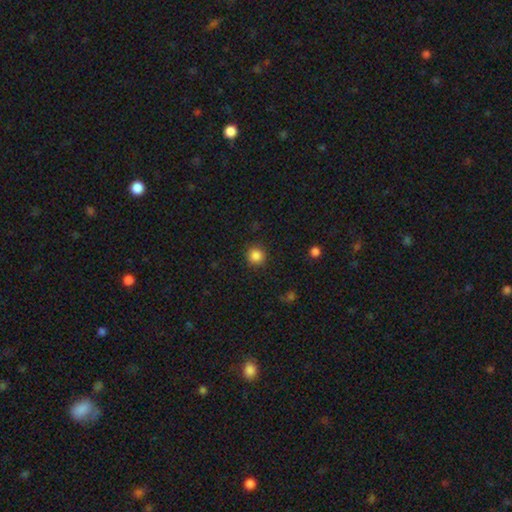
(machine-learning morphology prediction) Overall: smooth (86%). How rounded: round (94%). Merging: none (90%).